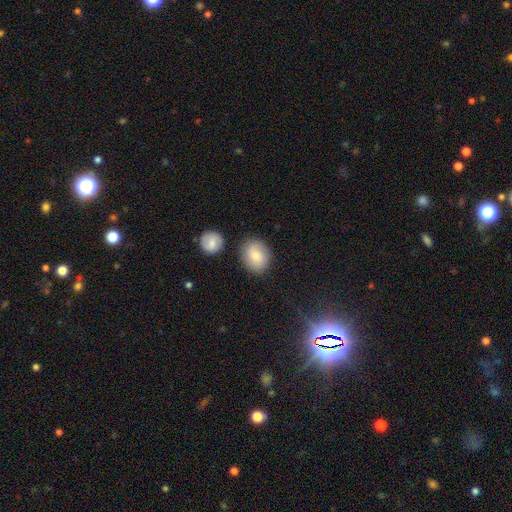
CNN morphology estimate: This appears to be a smooth galaxy with no disk features (81%) that is round (59%). Merging: none (81%).